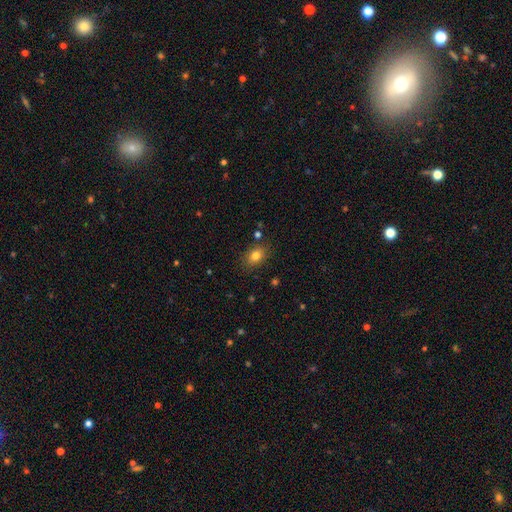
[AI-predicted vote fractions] The model was most divided on "how rounded": in between: 70%, round: 29%, cigar-shaped: 1%. More confident: merging — none (84%); smooth or featured — smooth (80%).